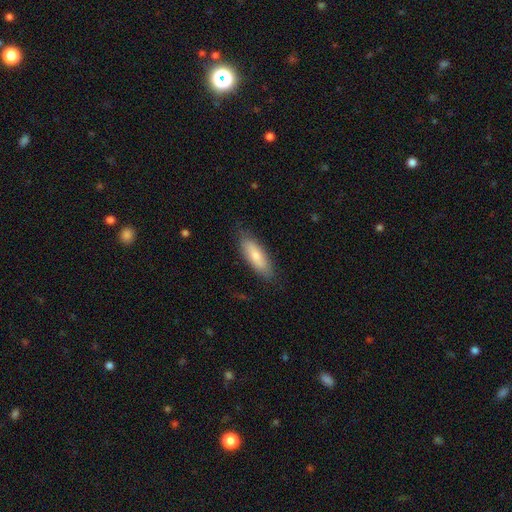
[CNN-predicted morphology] This appears to be a smooth galaxy with no disk features (74%) that is in between round and cigar-shaped (58%). Merging: none (81%).